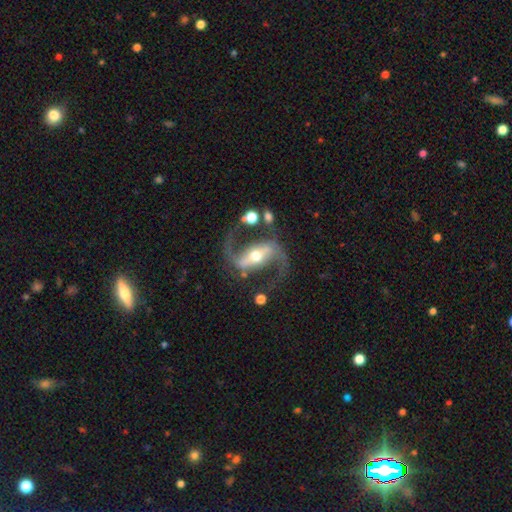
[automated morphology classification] A featured or disk galaxy (91%) with a strong bar (62%), 2 (94%) loose (49%) spiral arms (97%) and a moderate central bulge (63%). Merging: none (73%).